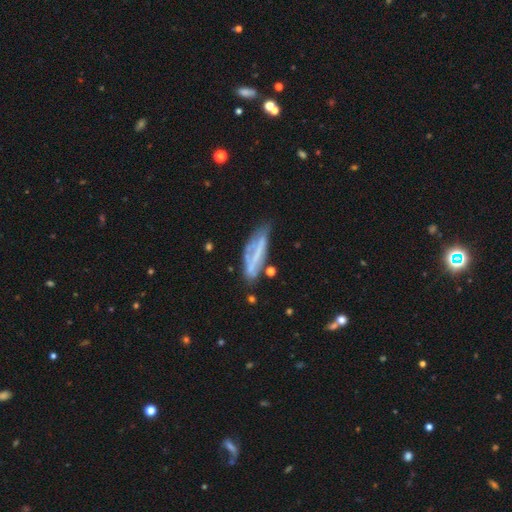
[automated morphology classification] featured or disk 53%, smooth 37%, star or artifact 9%. Down the decision tree: edge-on disk — no (64%); merging — none (46%).